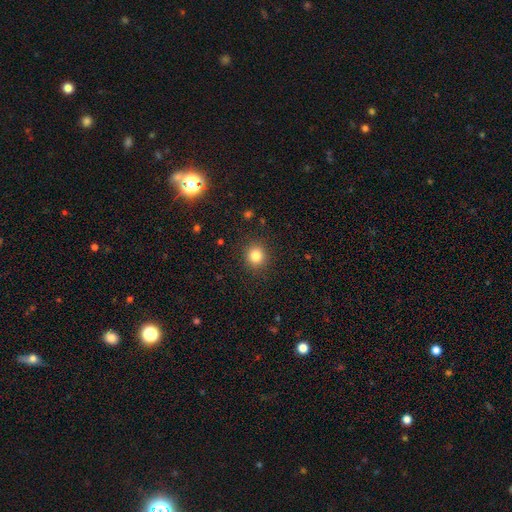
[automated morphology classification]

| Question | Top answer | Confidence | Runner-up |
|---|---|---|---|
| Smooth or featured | smooth | 83% | star or artifact (12%) |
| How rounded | round | 89% | in between (10%) |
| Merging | none | 90% | minor disturbance (6%) |